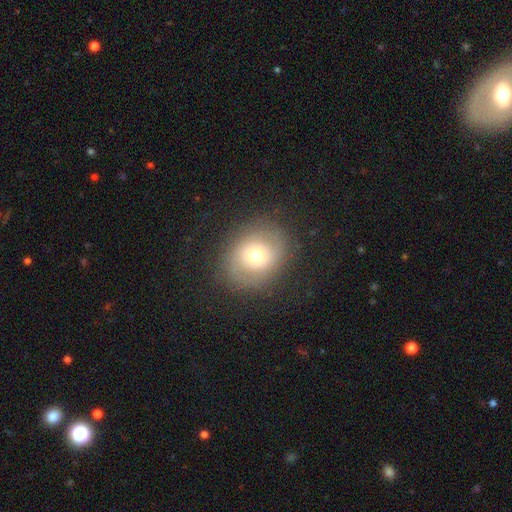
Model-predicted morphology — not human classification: The model was most divided on "smooth or featured": smooth: 51%, featured or disk: 38%, star or artifact: 11%. More confident: merging — none (80%); how rounded — round (63%).